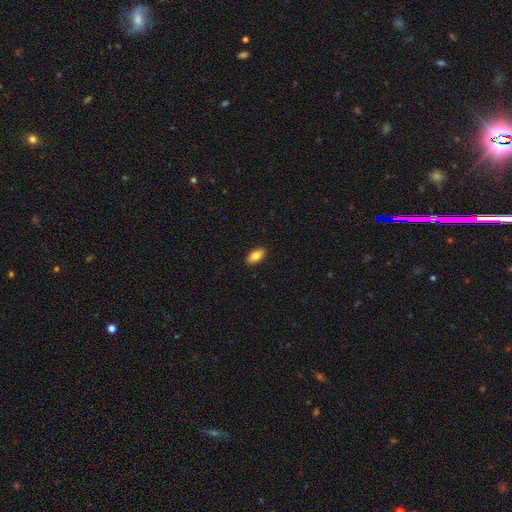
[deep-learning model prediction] A smooth galaxy with no disk features (83%) that is in between round and cigar-shaped (92%).

Vote fractions:
- Smooth or featured? smooth: 83% / featured or disk: 10% / star or artifact: 7%
- How rounded? in between: 92% / round: 4% / cigar-shaped: 4%
- Merging? none: 90% / minor disturbance: 7% / major disturbance: 2% / merger: 1%